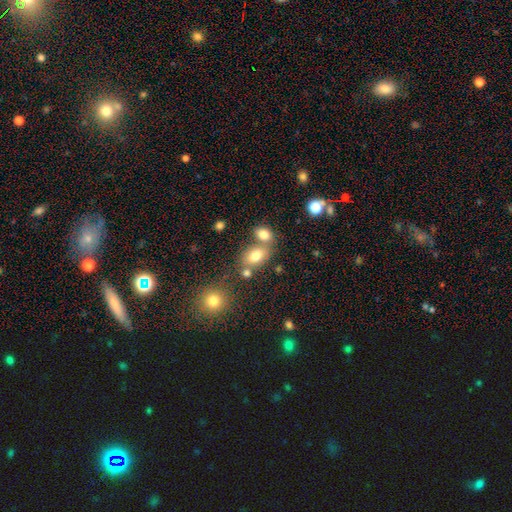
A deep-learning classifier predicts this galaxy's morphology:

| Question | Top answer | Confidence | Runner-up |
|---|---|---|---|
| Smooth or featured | smooth | 76% | featured or disk (12%) |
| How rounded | in between | 78% | round (20%) |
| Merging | none | 48% | merger (36%) |